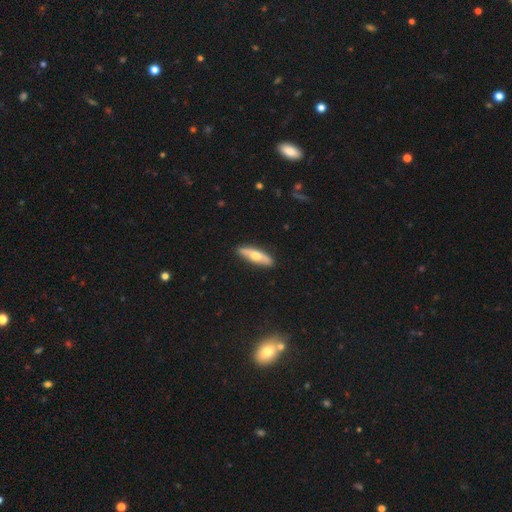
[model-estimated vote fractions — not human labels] Smooth or featured? Predicted: smooth (p=0.50). Merging? Predicted: none (p=0.88).